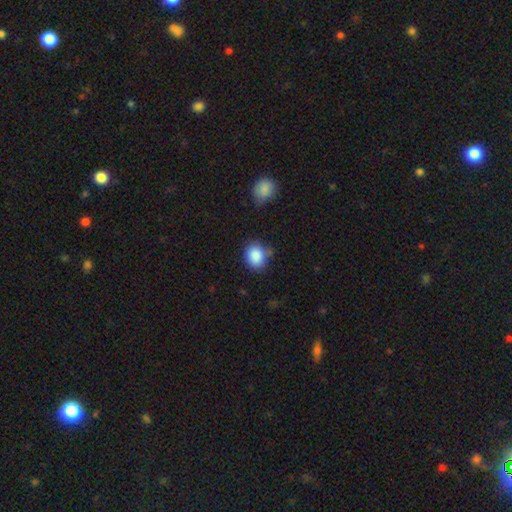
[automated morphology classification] Q: Smooth or featured?
A: smooth (88%); runner-up: star or artifact (8%)
Q: How rounded?
A: round (63%); runner-up: in between (36%)
Q: Merging?
A: none (67%); runner-up: minor disturbance (22%)